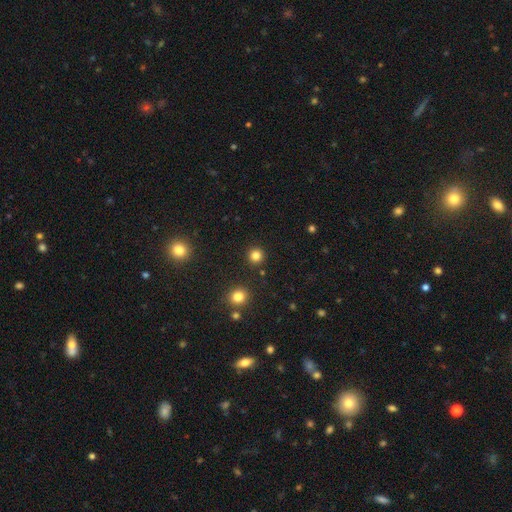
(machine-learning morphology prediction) type=smooth (82%); roundness=round (95%); merging=none (91%).